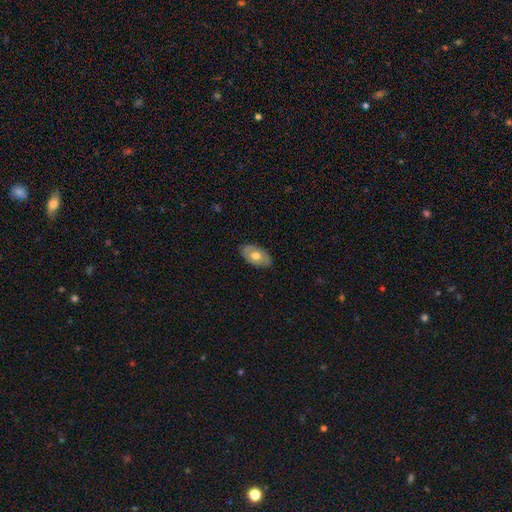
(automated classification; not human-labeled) A smooth galaxy with no disk features (58%) that is in between round and cigar-shaped (92%).

Vote fractions:
- Smooth or featured? smooth: 58% / featured or disk: 36% / star or artifact: 6%
- How rounded? in between: 92% / round: 6% / cigar-shaped: 1%
- Merging? none: 83% / minor disturbance: 13% / major disturbance: 2% / merger: 1%